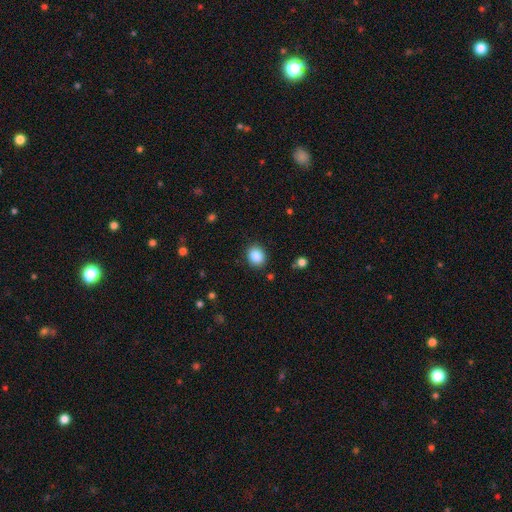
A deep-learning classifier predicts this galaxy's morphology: Q: Smooth or featured?
A: smooth (86%); runner-up: star or artifact (9%)
Q: How rounded?
A: round (66%); runner-up: in between (33%)
Q: Merging?
A: none (89%); runner-up: minor disturbance (8%)